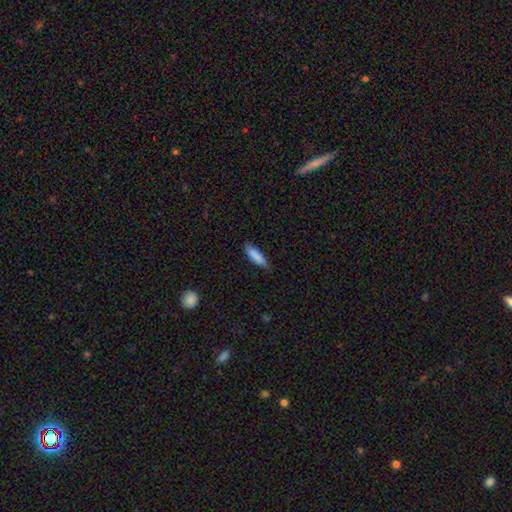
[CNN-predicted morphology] Smooth or featured? Predicted: smooth (p=0.86). How rounded? Predicted: cigar-shaped (p=0.60). Merging? Predicted: none (p=0.77).